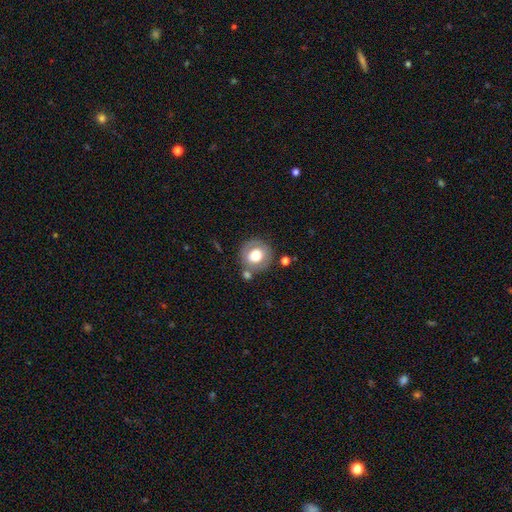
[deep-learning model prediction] A smooth galaxy with no disk features (61%) that is round (84%). Merging: none (71%).